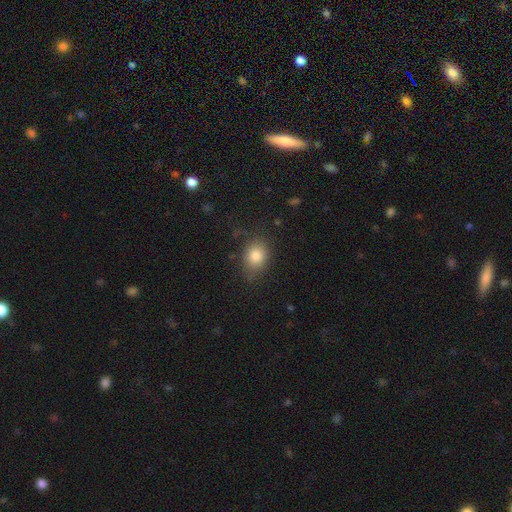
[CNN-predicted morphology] This is clearly a smooth galaxy (82%). How rounded: possibly in between (56%). Merging: likely none (74%).